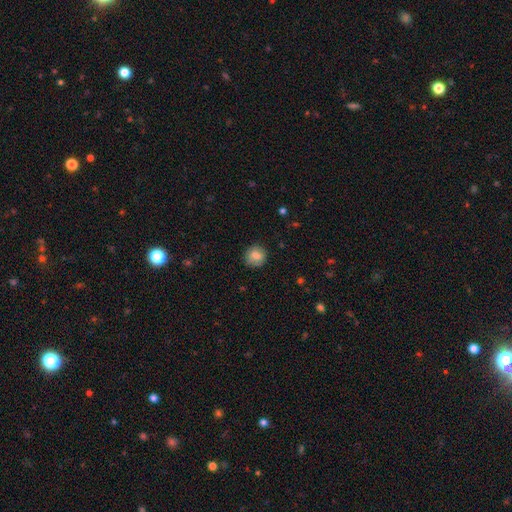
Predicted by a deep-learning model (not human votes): Q: Smooth or featured?
A: smooth (79%); runner-up: featured or disk (13%)
Q: How rounded?
A: round (84%); runner-up: in between (15%)
Q: Merging?
A: none (82%); runner-up: minor disturbance (13%)